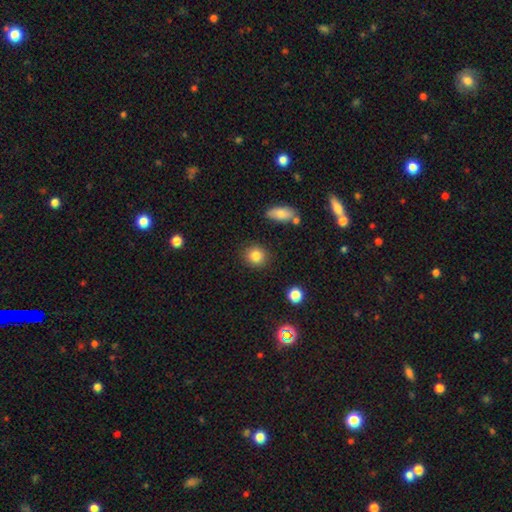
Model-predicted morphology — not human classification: Smooth or featured?
  - smooth: 84% *
  - star or artifact: 10%
  - featured or disk: 6%
How rounded?
  - round: 83% *
  - in between: 15%
  - cigar-shaped: 1%
Merging?
  - none: 87% *
  - minor disturbance: 8%
  - merger: 2%
  - major disturbance: 2%